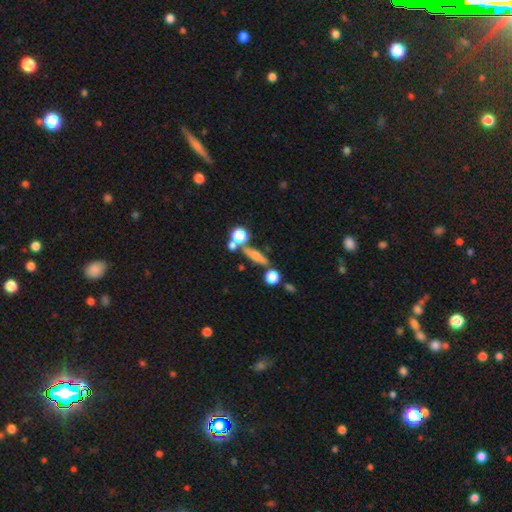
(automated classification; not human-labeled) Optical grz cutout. It shows a smooth galaxy with no disk features (58%) that is cigar-shaped (55%). Merging: none (68%).